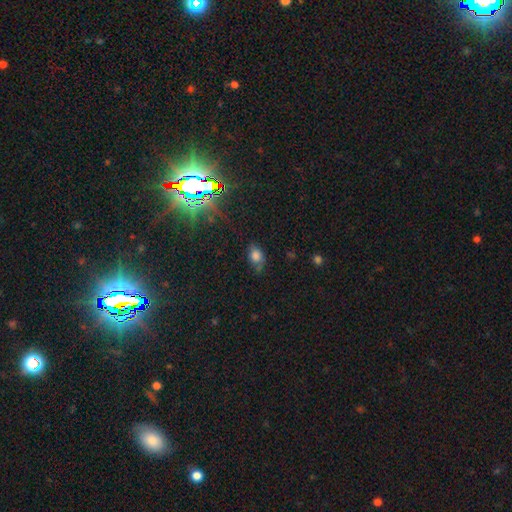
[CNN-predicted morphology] smooth-or-featured: smooth: 73% | star or artifact: 16% | featured or disk: 11%
  how-rounded: in between: 71% | round: 26% | cigar-shaped: 2%
  merging: none: 61% | minor disturbance: 28% | major disturbance: 8% | merger: 2%